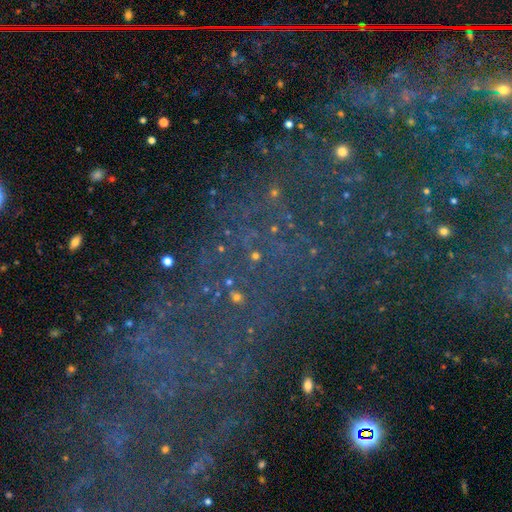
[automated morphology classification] Smooth or featured?
  - star or artifact: 66% *
  - smooth: 19%
  - featured or disk: 14%